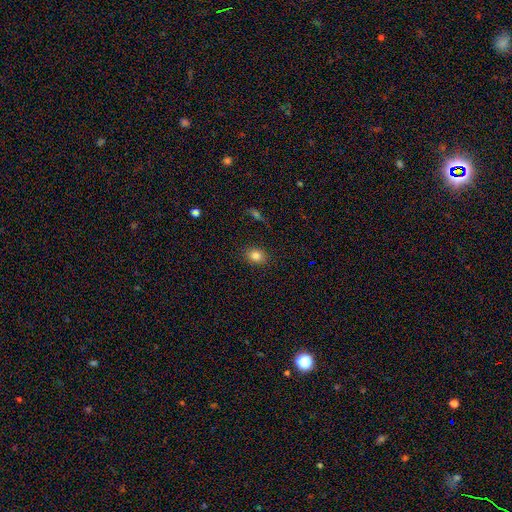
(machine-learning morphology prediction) Overall: smooth (82%). How rounded: in between (56%; round 42%). Merging: none (87%).